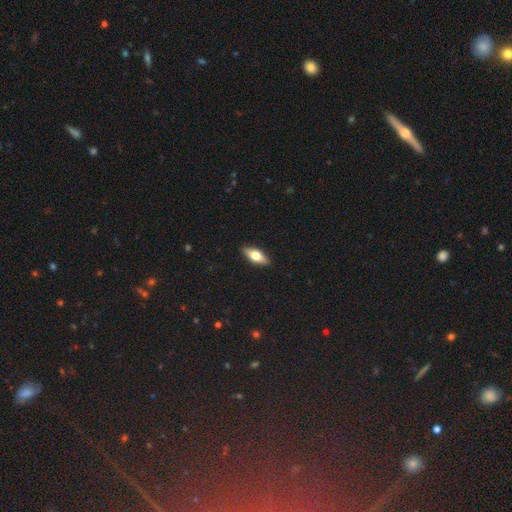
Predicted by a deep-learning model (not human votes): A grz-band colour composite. It shows a smooth galaxy with no disk features (60%) that is in between round and cigar-shaped (71%). Merging: none (90%).